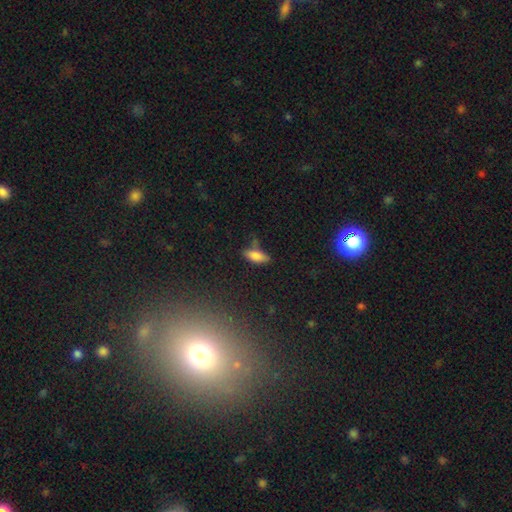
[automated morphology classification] smooth_or_featured: smooth (p=0.81) [alt: featured or disk p=0.11]
how_rounded: in between (p=0.77) [alt: cigar-shaped p=0.21]
merging: none (p=0.62) [alt: minor disturbance p=0.23]